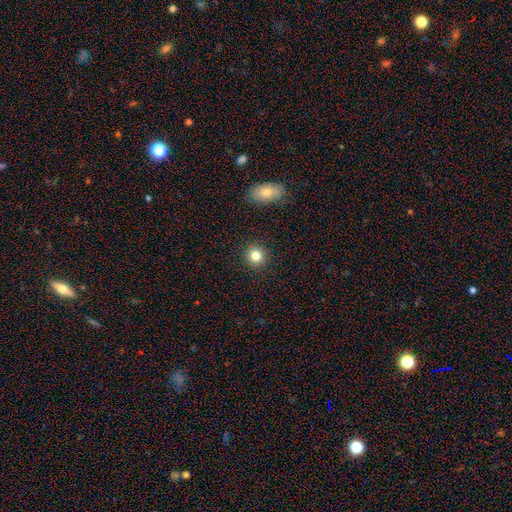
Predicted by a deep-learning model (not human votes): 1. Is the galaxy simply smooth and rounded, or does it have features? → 81% smooth, 12% star or artifact, 7% featured or disk.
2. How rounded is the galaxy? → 90% round, 9% in between, 1% cigar-shaped.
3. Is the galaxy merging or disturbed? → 91% none, 5% minor disturbance, 2% major disturbance, 1% merger.